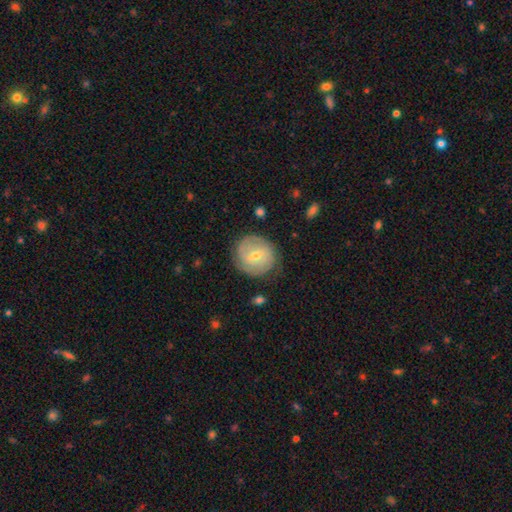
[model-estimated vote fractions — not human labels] Smooth or featured? featured or disk (60%)
Edge-on disk? no (97%)
Bar? weak (55%)
Spiral arms? yes (78%)
Bulge size? moderate (52%)
Merging? none (80%)